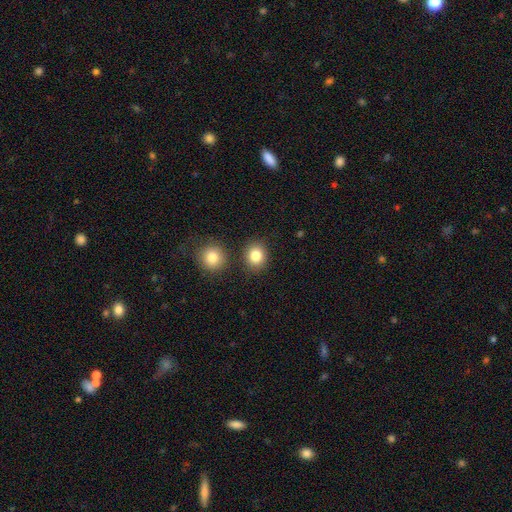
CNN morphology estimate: type=smooth (84%); roundness=round (74%); merging=none (82%).